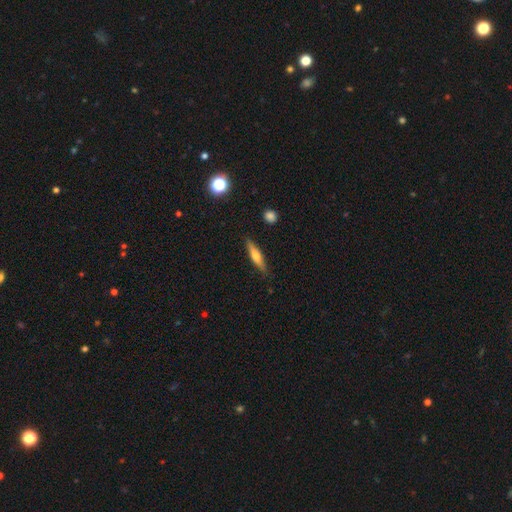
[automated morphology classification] smooth_or_featured: smooth (p=0.49) [alt: featured or disk p=0.44]
merging: none (p=0.87) [alt: minor disturbance p=0.09]